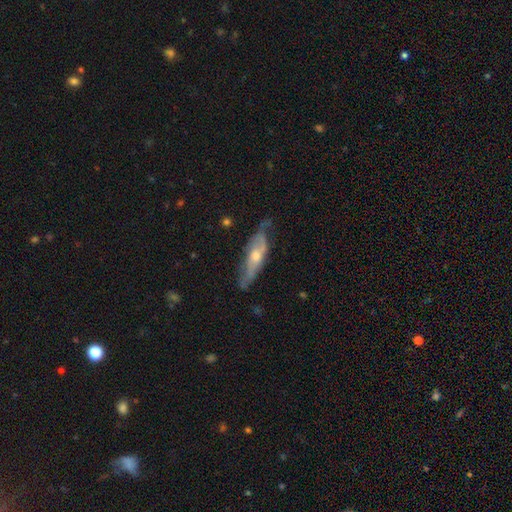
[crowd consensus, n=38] This is clearly a featured or disk galaxy (87%). It is possibly not viewed edge-on (55%). Bar: likely no (67%). Spiral arm pattern: possibly yes (56%). Spiral arm count: clearly can't tell (80%). Spiral winding: possibly medium (50%). Central bulge: likely moderate (72%). Merging: possibly none (58%).